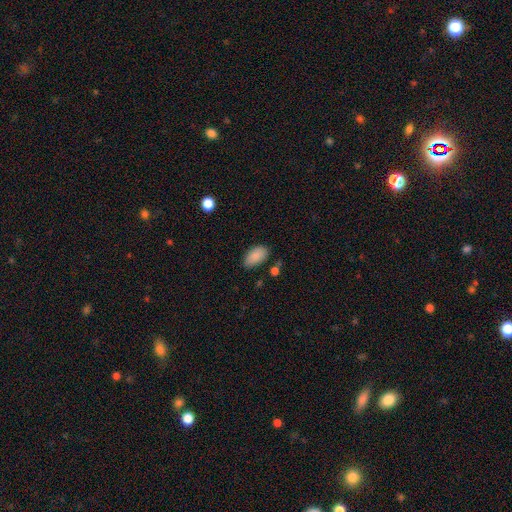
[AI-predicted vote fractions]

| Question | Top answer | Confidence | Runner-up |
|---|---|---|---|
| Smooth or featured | smooth | 88% | star or artifact (7%) |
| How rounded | in between | 94% | round (4%) |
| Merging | none | 77% | minor disturbance (16%) |